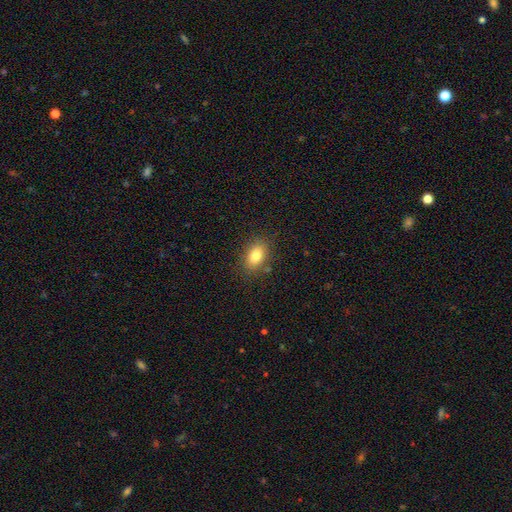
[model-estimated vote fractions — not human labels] Smooth or featured?
  - smooth: 81% *
  - featured or disk: 10%
  - star or artifact: 9%
How rounded?
  - in between: 85% *
  - round: 12%
  - cigar-shaped: 3%
Merging?
  - none: 84% *
  - minor disturbance: 11%
  - major disturbance: 3%
  - merger: 2%